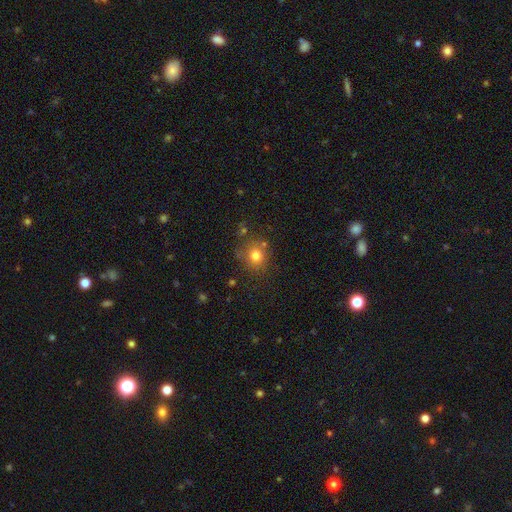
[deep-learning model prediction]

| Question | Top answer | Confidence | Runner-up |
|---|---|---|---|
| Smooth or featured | smooth | 77% | star or artifact (14%) |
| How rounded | round | 84% | in between (15%) |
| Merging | none | 79% | minor disturbance (12%) |